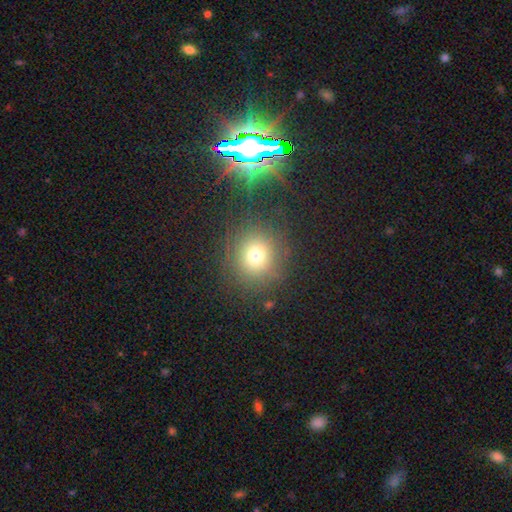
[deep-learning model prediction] smooth 70%, star or artifact 20%, featured or disk 10%. Down the decision tree: how rounded — round (88%); merging — none (84%).